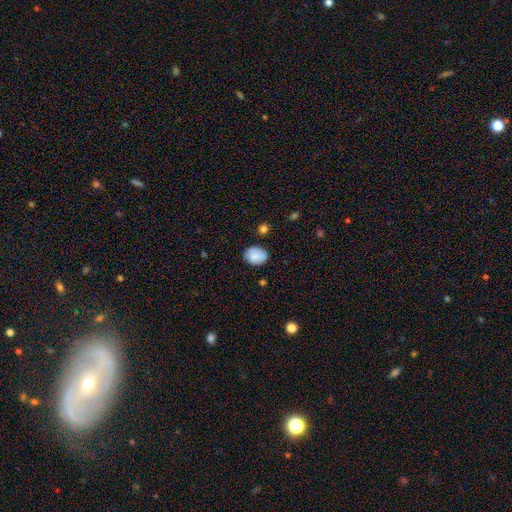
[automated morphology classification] smooth_or_featured: smooth (p=0.83) [alt: featured or disk p=0.09]
how_rounded: in between (p=0.58) [alt: round p=0.41]
merging: none (p=0.77) [alt: minor disturbance p=0.16]